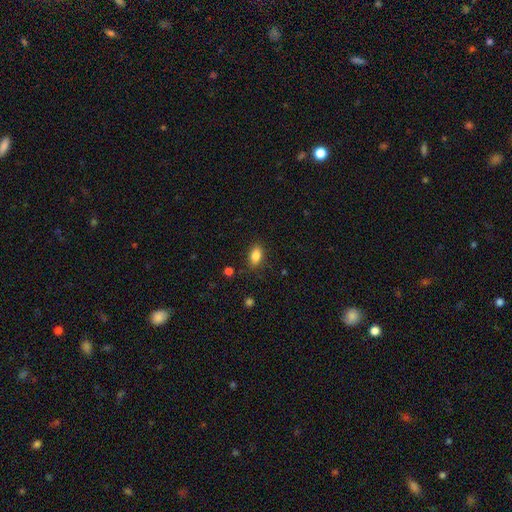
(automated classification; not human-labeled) Smooth or featured? smooth (84%)
How rounded? in between (88%)
Merging? none (83%)